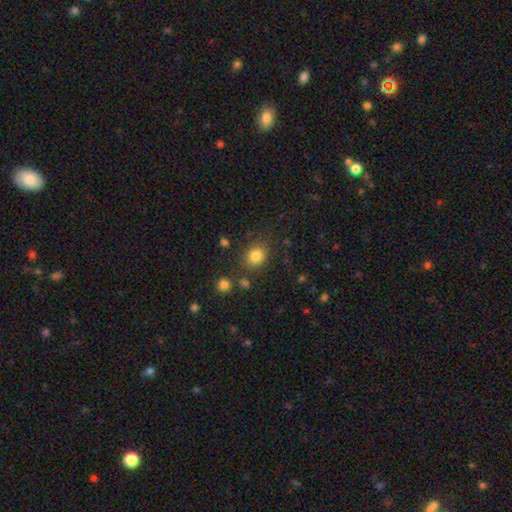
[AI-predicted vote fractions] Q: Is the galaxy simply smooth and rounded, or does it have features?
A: smooth — 82%.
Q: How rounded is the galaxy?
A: round — 62%.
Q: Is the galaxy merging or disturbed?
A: none — 81%.